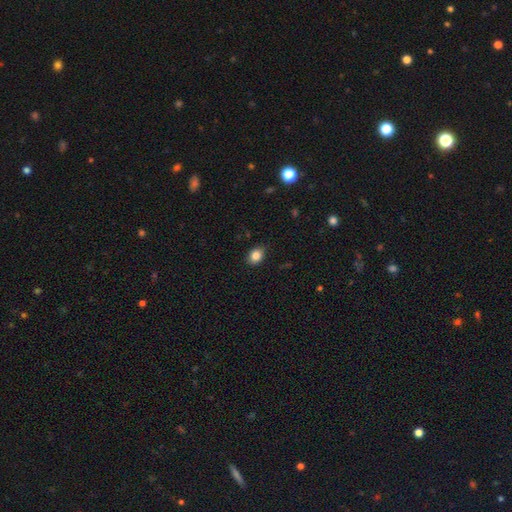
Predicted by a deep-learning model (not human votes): The model was most divided on "how rounded": in between: 59%, round: 40%, cigar-shaped: 1%. More confident: merging — none (85%); smooth or featured — smooth (84%).